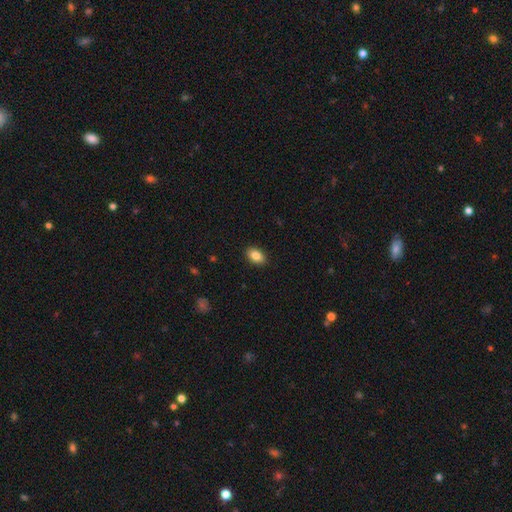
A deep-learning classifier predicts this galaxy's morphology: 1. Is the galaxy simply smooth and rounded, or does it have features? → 86% smooth, 8% star or artifact, 6% featured or disk.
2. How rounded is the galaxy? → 89% in between, 9% round, 2% cigar-shaped.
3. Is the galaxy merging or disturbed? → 90% none, 7% minor disturbance, 2% major disturbance, 1% merger.